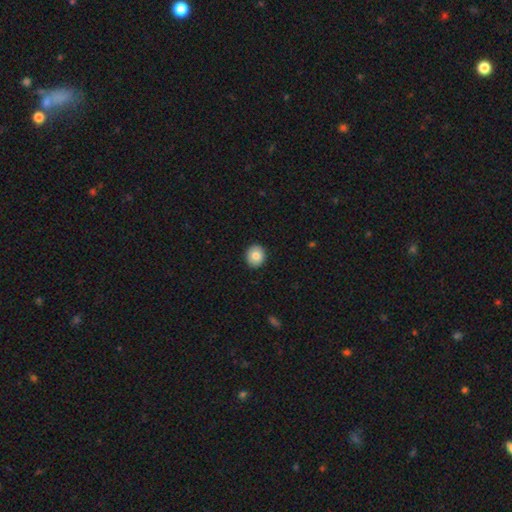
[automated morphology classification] type=smooth (83%); roundness=round (78%); merging=none (92%).